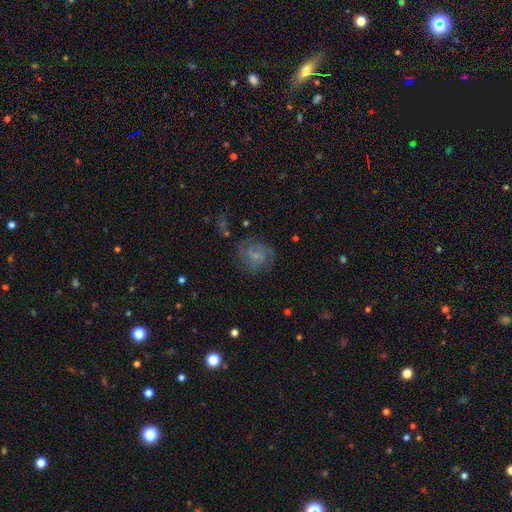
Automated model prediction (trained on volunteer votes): The model was most divided on "bar": no: 52%, weak: 40%, strong: 8%. More confident: edge-on disk — no (98%); spiral arms — yes (82%); merging — none (65%); bulge size — small (57%); smooth or featured — featured or disk (56%).